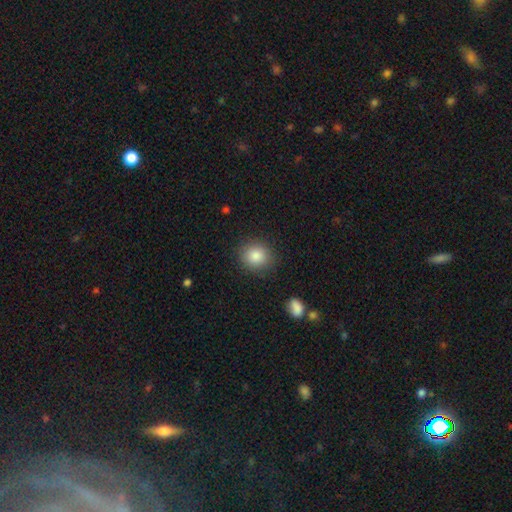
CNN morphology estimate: A smooth galaxy with no disk features (86%) that is round (85%). Merging: none (88%).